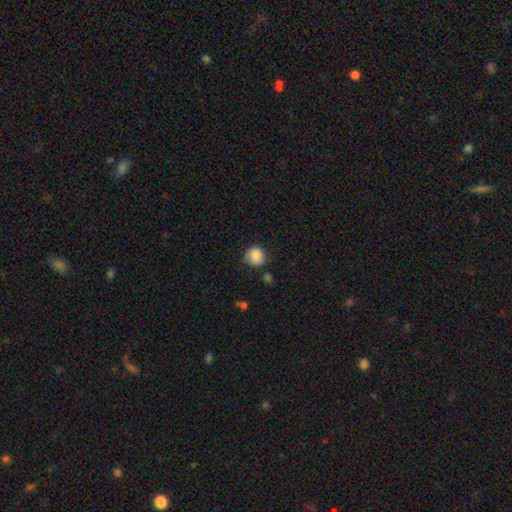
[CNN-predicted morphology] smooth_or_featured: smooth (p=0.87) [alt: star or artifact p=0.08]
how_rounded: round (p=0.86) [alt: in between p=0.13]
merging: none (p=0.72) [alt: minor disturbance p=0.20]